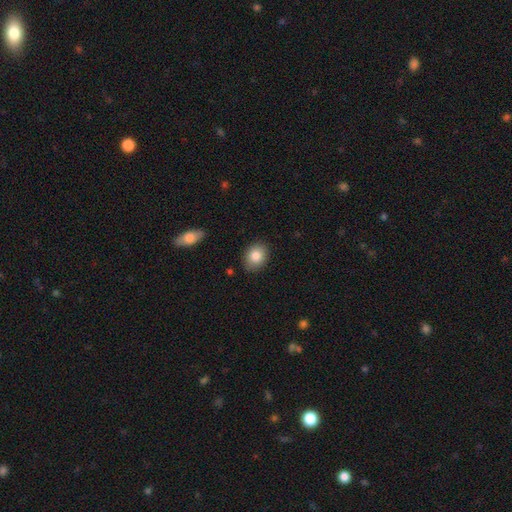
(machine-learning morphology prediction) This appears to be a smooth galaxy with no disk features (84%) that is in between round and cigar-shaped (59%). Merging: none (87%).